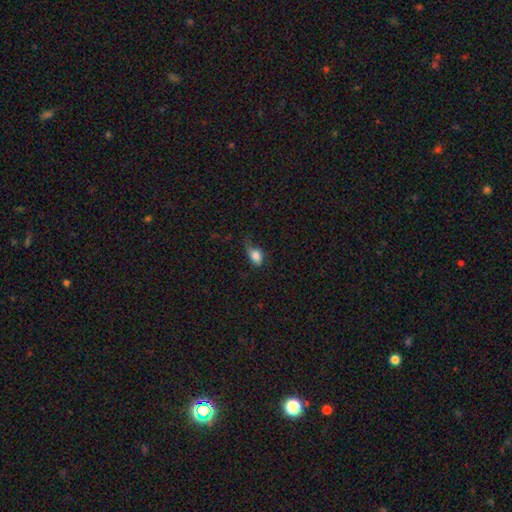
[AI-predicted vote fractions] The model was most divided on "merging": minor disturbance: 36%, none: 32%, major disturbance: 29%, merger: 3%. More confident: how rounded — in between (80%); smooth or featured — smooth (79%).